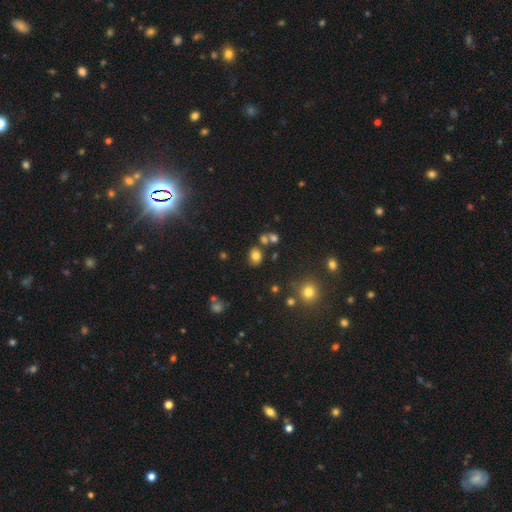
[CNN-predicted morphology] Smooth or featured? Predicted: smooth (p=0.77). How rounded? Predicted: in between (p=0.57). Merging? Predicted: none (p=0.71).